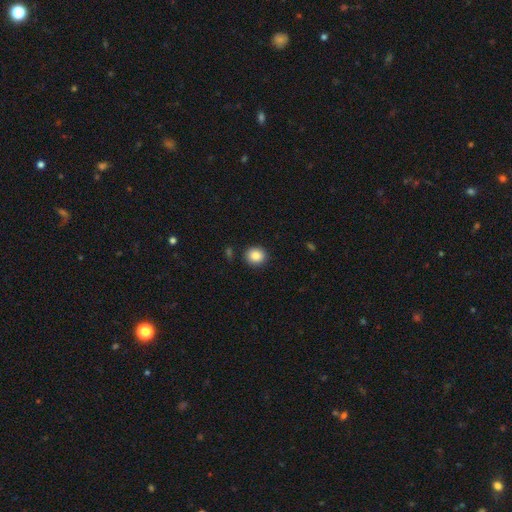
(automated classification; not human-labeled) This appears to be a smooth galaxy with no disk features (87%) that is round (85%). Merging: none (89%).